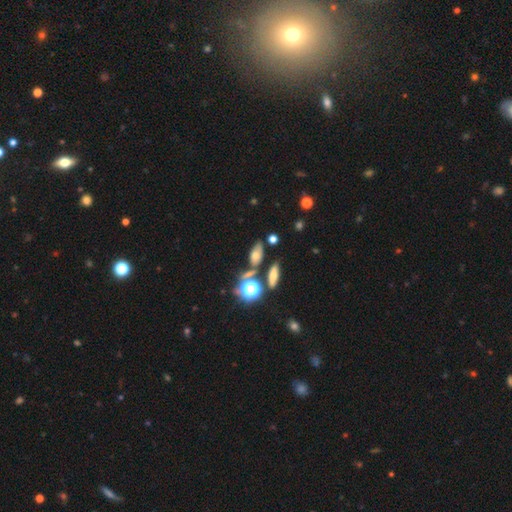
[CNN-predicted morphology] Smooth or featured? Predicted: smooth (p=0.54). How rounded? Predicted: in between (p=0.76). Merging? Predicted: none (p=0.64).